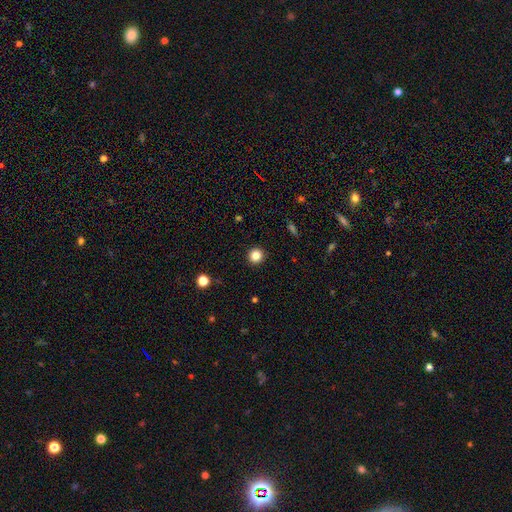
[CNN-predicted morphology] smooth 83%, star or artifact 11%, featured or disk 5%. Down the decision tree: how rounded — round (94%); merging — none (93%).